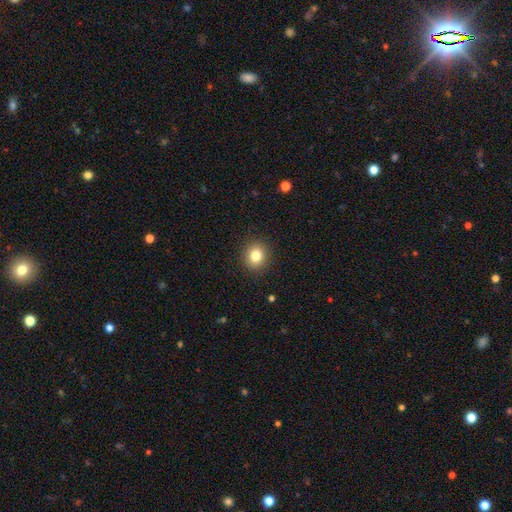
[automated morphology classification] Smooth or featured?
  - smooth: 82% *
  - star or artifact: 11%
  - featured or disk: 7%
How rounded?
  - round: 77% *
  - in between: 23%
  - cigar-shaped: 1%
Merging?
  - none: 90% *
  - minor disturbance: 7%
  - major disturbance: 2%
  - merger: 1%